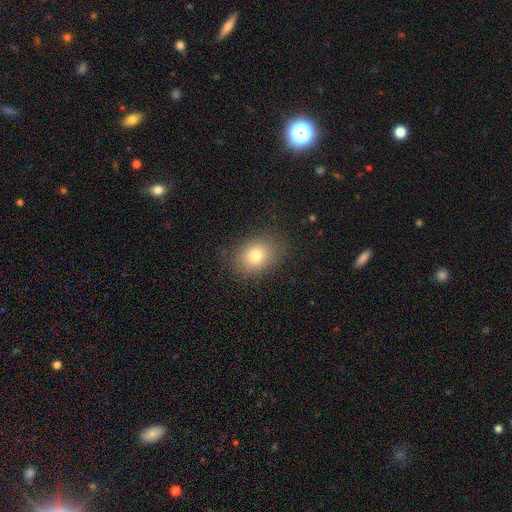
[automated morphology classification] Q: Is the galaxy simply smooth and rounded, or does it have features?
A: smooth — 79%.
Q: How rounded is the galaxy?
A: in between — 57%.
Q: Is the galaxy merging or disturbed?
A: none — 84%.